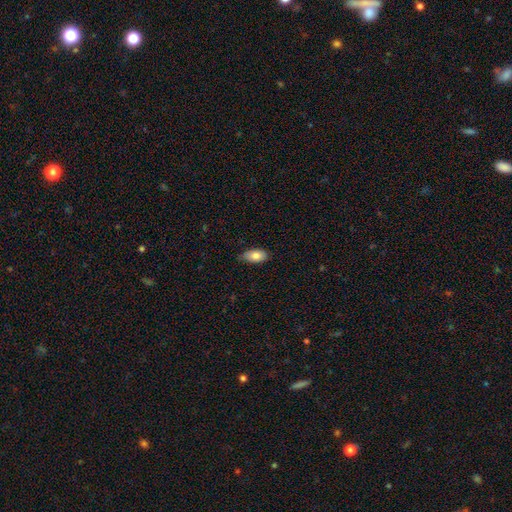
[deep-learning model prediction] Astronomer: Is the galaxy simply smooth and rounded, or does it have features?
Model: smooth — 82%.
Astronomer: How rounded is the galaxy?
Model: in between — 92%.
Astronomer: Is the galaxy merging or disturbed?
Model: none — 74%.